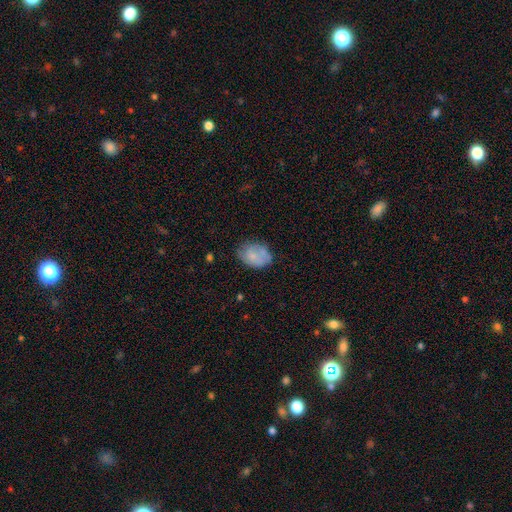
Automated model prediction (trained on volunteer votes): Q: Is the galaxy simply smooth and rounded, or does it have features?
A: smooth — 69%.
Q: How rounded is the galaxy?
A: in between — 78%.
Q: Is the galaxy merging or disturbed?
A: none — 59%.